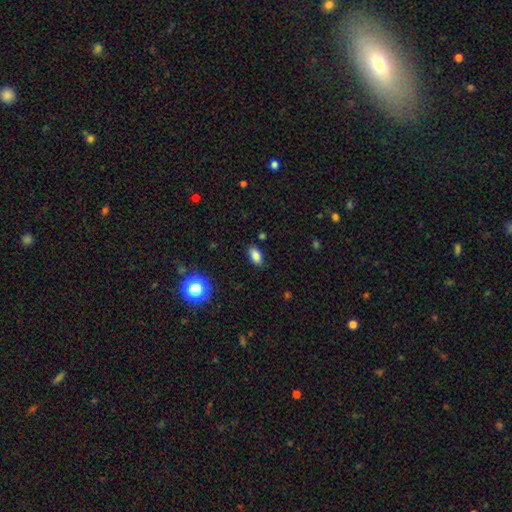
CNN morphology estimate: Overall: smooth (83%). How rounded: in between (89%). Merging: none (85%).